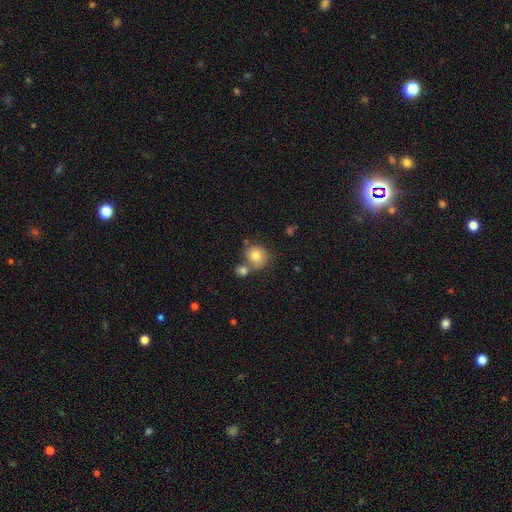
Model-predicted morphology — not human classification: smooth 79%, featured or disk 11%, star or artifact 10%. Down the decision tree: how rounded — round (83%); merging — none (55%).